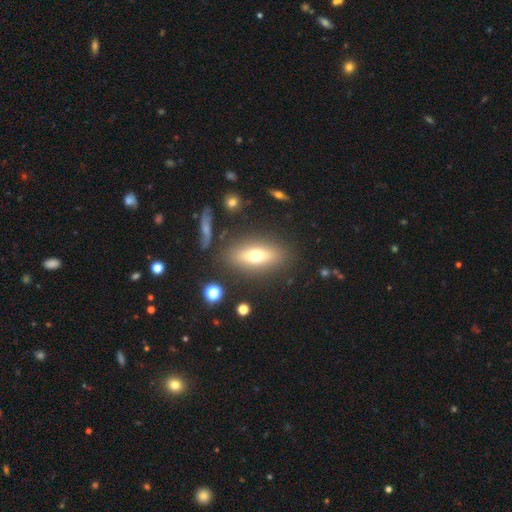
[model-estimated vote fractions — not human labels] Smooth or featured? smooth (56%)
How rounded? in between (63%)
Merging? none (82%)